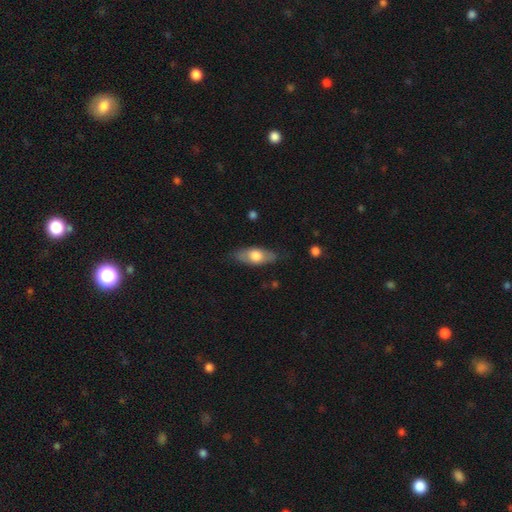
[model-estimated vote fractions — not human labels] smooth_or_featured: smooth (p=0.62) [alt: featured or disk p=0.32]
how_rounded: in between (p=0.80) [alt: cigar-shaped p=0.16]
merging: none (p=0.79) [alt: minor disturbance p=0.16]